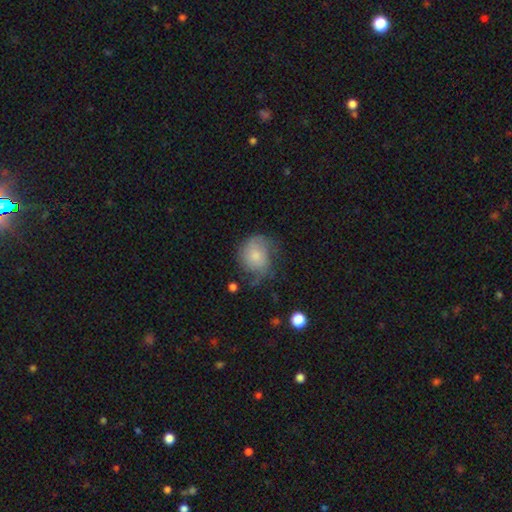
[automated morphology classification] A smooth galaxy with no disk features (64%) that is round (65%). Merging: none (42%).